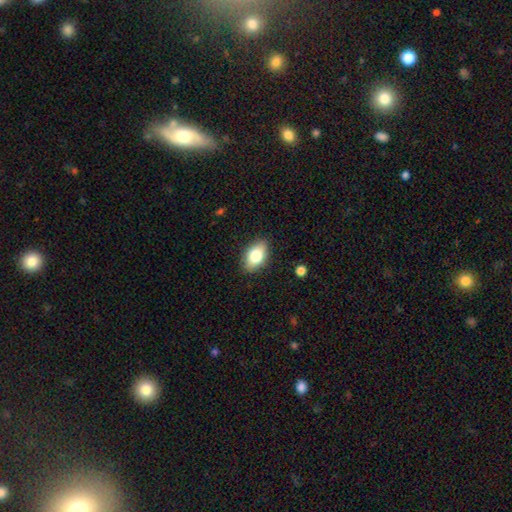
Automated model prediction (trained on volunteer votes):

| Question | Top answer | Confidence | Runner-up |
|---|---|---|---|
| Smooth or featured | smooth | 80% | featured or disk (13%) |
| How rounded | in between | 89% | round (9%) |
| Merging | none | 86% | minor disturbance (11%) |